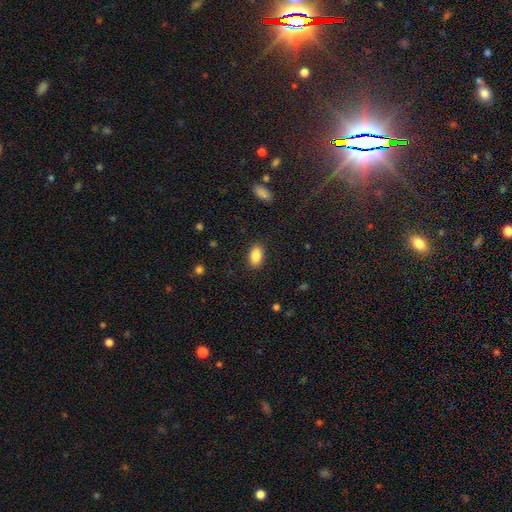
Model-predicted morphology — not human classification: A smooth galaxy with no disk features (87%) that is in between round and cigar-shaped (91%).

Vote fractions:
- Smooth or featured? smooth: 87% / star or artifact: 8% / featured or disk: 5%
- How rounded? in between: 91% / round: 7% / cigar-shaped: 2%
- Merging? none: 88% / minor disturbance: 9% / major disturbance: 3% / merger: 1%